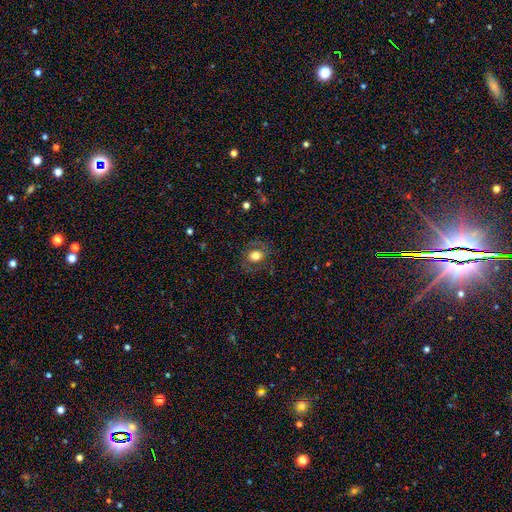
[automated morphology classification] type=smooth (65%); roundness=round (61%); merging=none (79%).